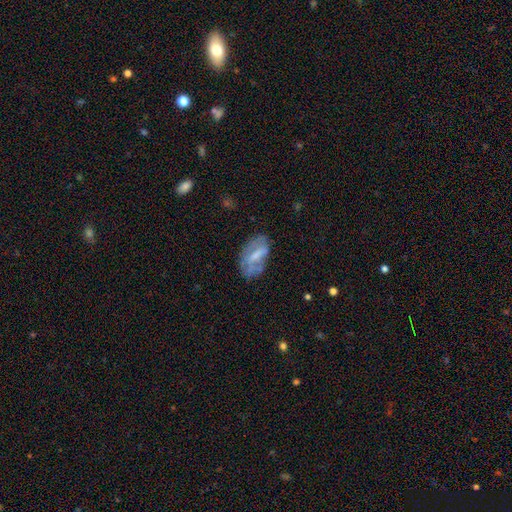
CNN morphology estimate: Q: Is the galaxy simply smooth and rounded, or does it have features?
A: featured or disk — 49%.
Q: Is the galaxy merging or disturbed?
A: none — 58%.